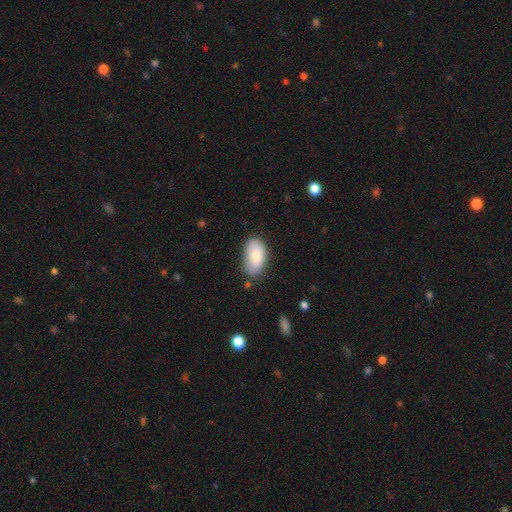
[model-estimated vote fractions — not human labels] The model was most divided on "merging": none: 69%, minor disturbance: 24%, major disturbance: 5%, merger: 3%. More confident: how rounded — in between (94%); smooth or featured — smooth (80%).